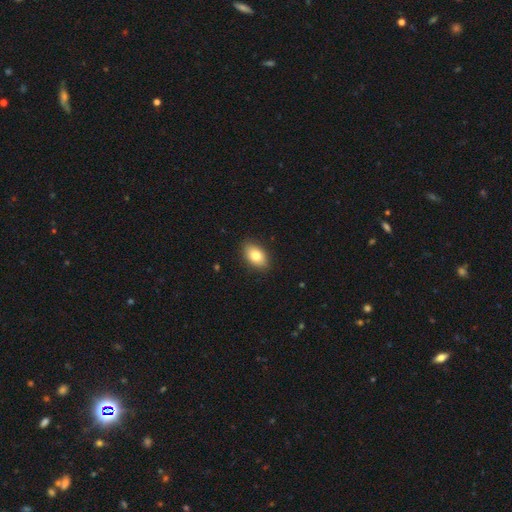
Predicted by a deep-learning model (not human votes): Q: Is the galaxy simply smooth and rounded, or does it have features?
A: smooth — 82%.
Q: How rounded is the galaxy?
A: in between — 90%.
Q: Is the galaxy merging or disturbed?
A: none — 88%.